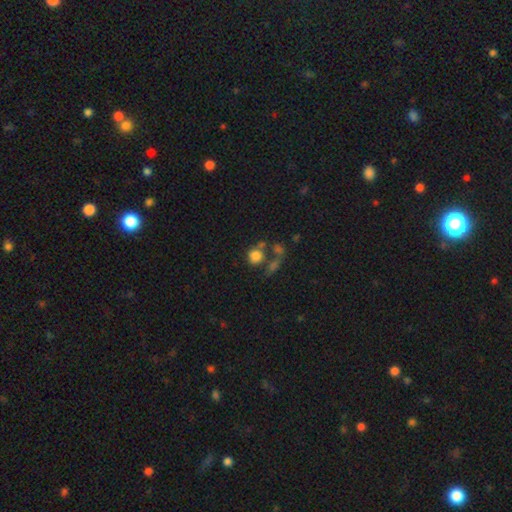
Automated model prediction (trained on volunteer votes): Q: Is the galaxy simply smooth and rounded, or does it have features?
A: smooth — 77%.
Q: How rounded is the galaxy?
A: round — 81%.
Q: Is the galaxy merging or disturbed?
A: none — 46%.